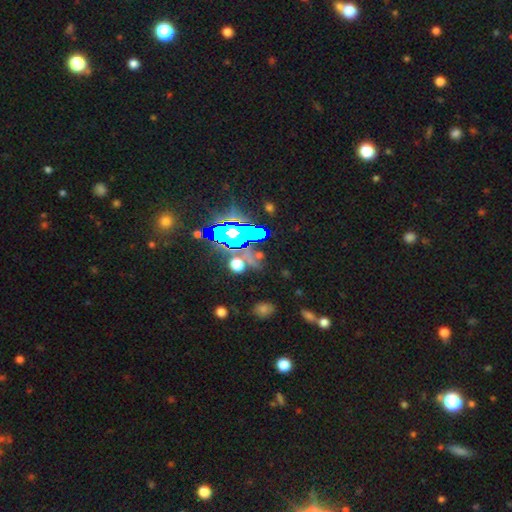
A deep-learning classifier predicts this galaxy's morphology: Smooth or featured?
  - star or artifact: 57% *
  - featured or disk: 22%
  - smooth: 21%